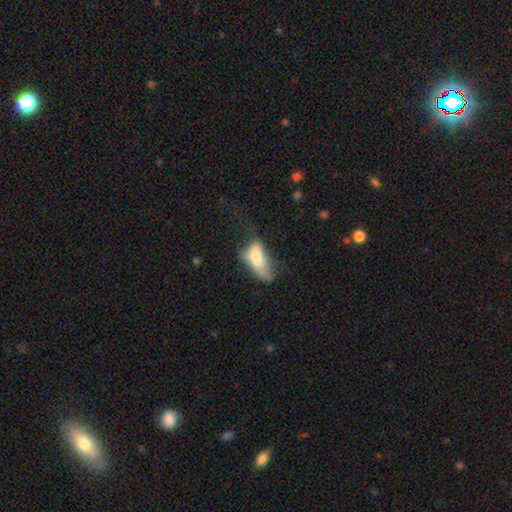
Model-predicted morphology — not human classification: Smooth or featured? smooth (58%)
How rounded? in between (83%)
Merging? merger (36%)